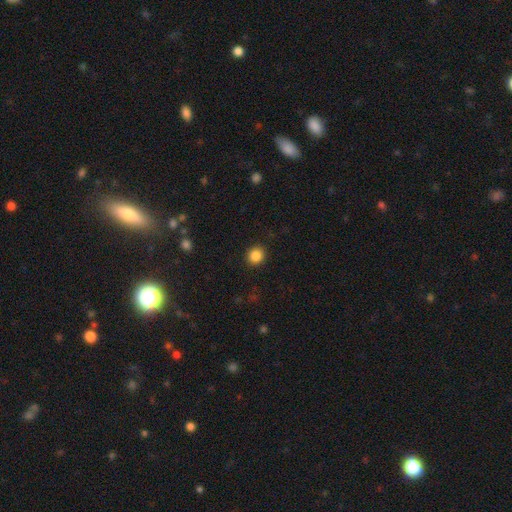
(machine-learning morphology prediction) smooth_or_featured: smooth (p=0.86) [alt: star or artifact p=0.10]
how_rounded: round (p=0.90) [alt: in between p=0.09]
merging: none (p=0.92) [alt: minor disturbance p=0.05]